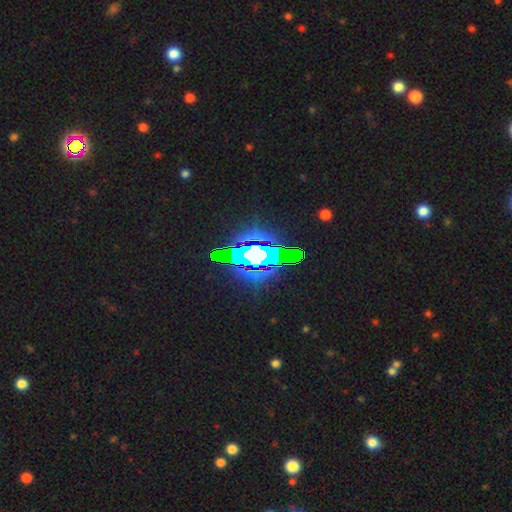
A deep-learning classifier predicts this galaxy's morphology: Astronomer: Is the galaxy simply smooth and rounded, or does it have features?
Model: star or artifact — 57%.